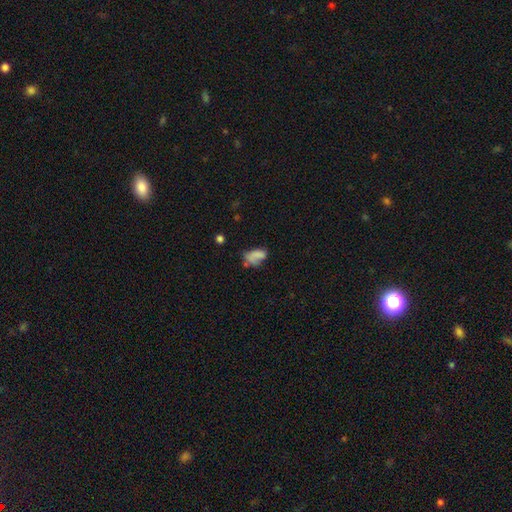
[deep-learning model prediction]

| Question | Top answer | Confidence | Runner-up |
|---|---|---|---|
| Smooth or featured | smooth | 63% | featured or disk (24%) |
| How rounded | in between | 87% | round (10%) |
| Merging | none | 31% | major disturbance (30%) |